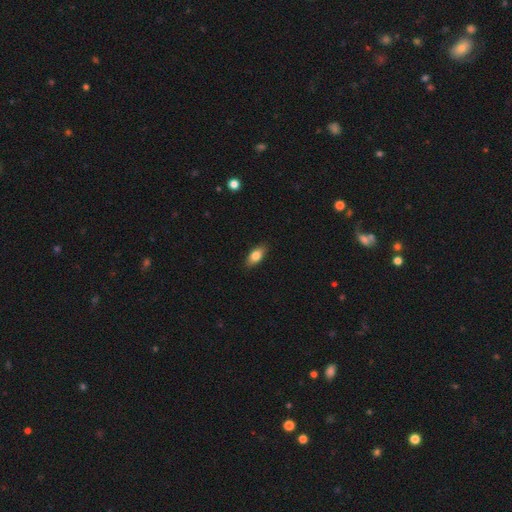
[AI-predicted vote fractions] Smooth or featured?
  - smooth: 80% *
  - featured or disk: 13%
  - star or artifact: 7%
How rounded?
  - in between: 87% *
  - cigar-shaped: 8%
  - round: 5%
Merging?
  - none: 87% *
  - minor disturbance: 10%
  - major disturbance: 2%
  - merger: 1%